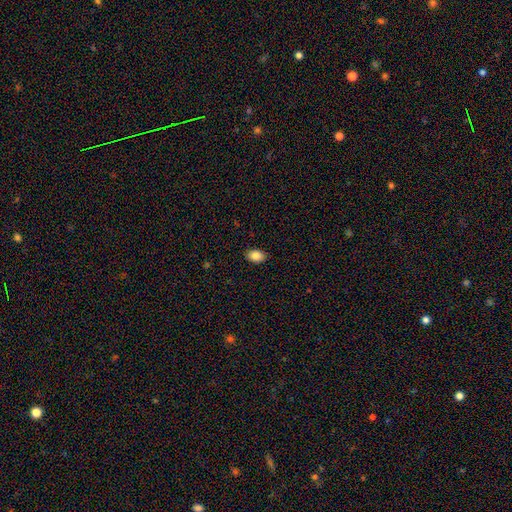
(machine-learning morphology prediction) Overall: smooth (86%). How rounded: in between (85%). Merging: none (89%).